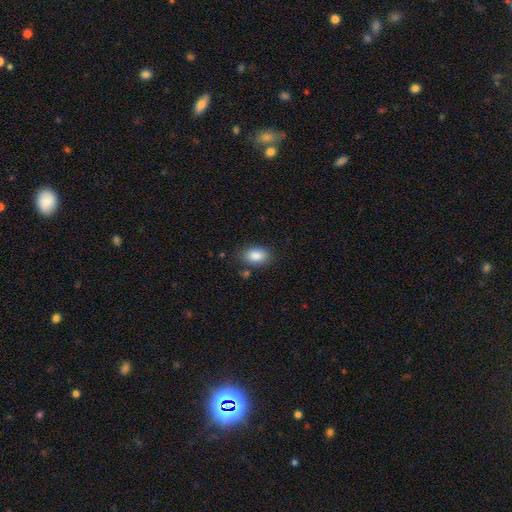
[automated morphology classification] Overall: smooth (86%). How rounded: in between (83%). Merging: none (80%).